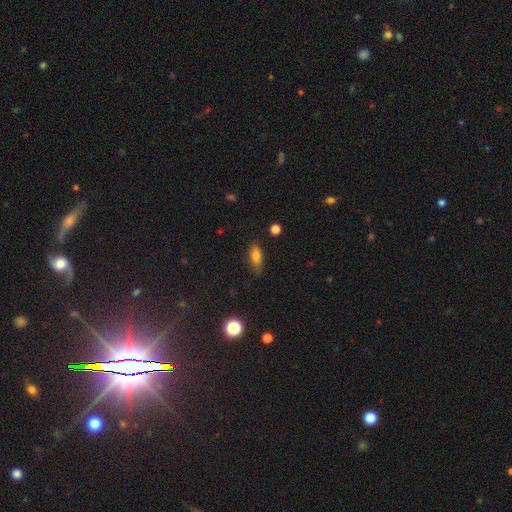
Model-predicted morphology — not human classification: smooth_or_featured: smooth (p=0.77) [alt: featured or disk p=0.13]
how_rounded: in between (p=0.76) [alt: cigar-shaped p=0.19]
merging: none (p=0.72) [alt: minor disturbance p=0.22]